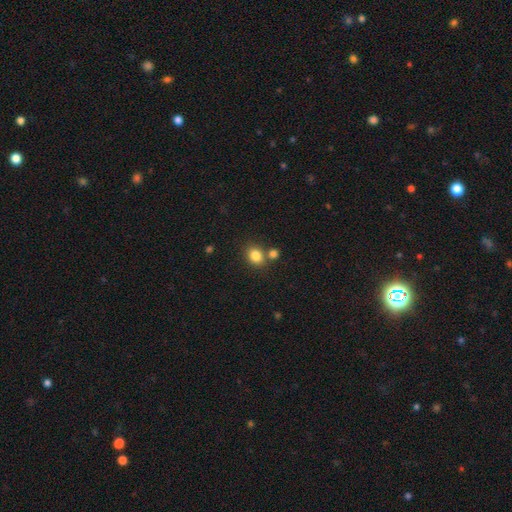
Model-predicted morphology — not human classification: Smooth or featured?
  - smooth: 83% *
  - star or artifact: 11%
  - featured or disk: 6%
How rounded?
  - round: 53% *
  - in between: 46%
  - cigar-shaped: 1%
Merging?
  - none: 64% *
  - merger: 22%
  - minor disturbance: 10%
  - major disturbance: 3%